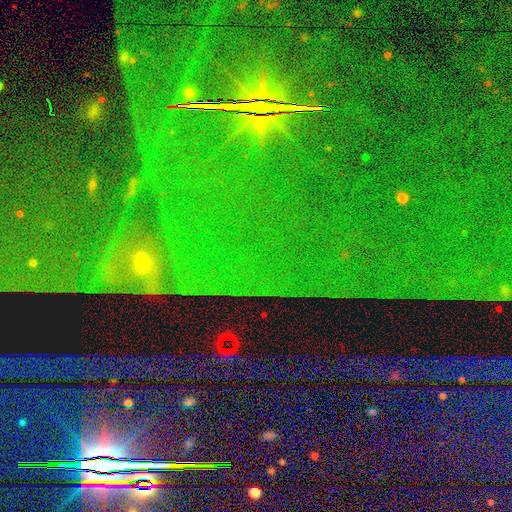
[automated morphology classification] Overall: star or artifact (86%).